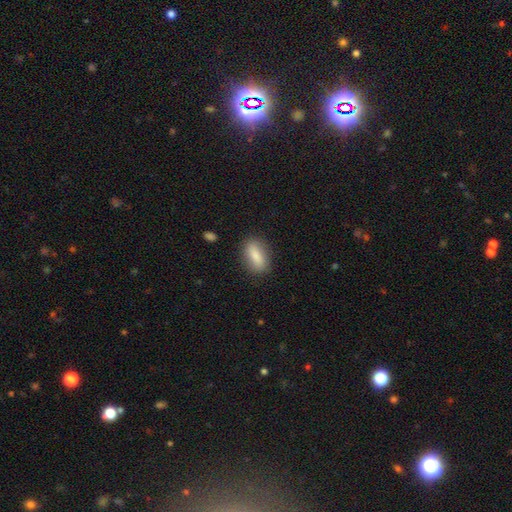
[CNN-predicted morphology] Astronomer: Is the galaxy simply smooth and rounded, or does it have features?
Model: smooth — 83%.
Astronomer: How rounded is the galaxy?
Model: in between — 76%.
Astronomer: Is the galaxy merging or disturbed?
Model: none — 84%.